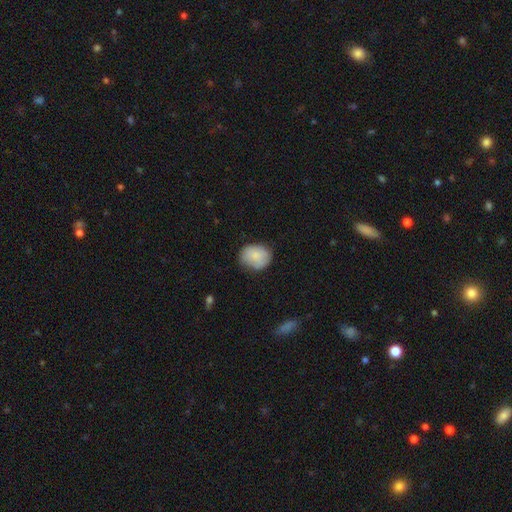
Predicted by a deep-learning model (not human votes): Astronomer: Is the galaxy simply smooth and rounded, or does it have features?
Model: smooth — 83%.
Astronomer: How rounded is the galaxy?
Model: round — 51% (runner-up: in between, 48%).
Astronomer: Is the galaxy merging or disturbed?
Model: none — 71%.